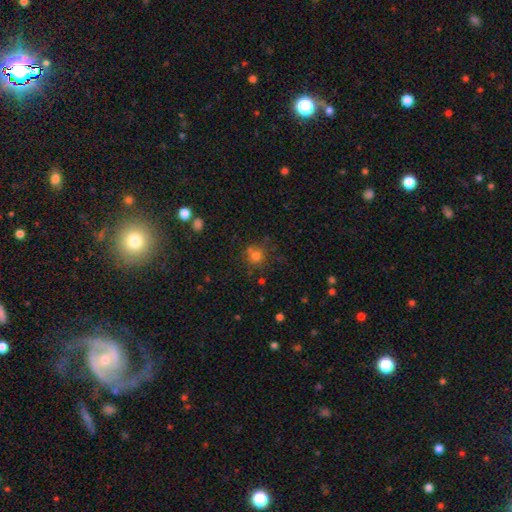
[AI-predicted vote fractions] Smooth or featured?
  - smooth: 75% *
  - star or artifact: 16%
  - featured or disk: 9%
How rounded?
  - round: 89% *
  - in between: 10%
  - cigar-shaped: 1%
Merging?
  - none: 69% *
  - minor disturbance: 13%
  - merger: 12%
  - major disturbance: 5%